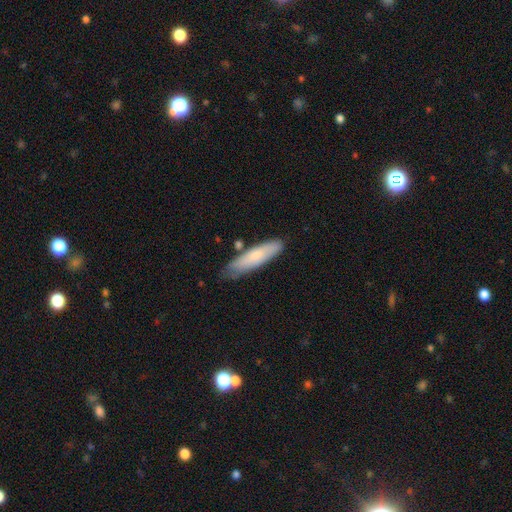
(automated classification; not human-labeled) A smooth galaxy with no disk features (72%) that is cigar-shaped (71%).

Vote fractions:
- Smooth or featured? smooth: 72% / featured or disk: 22% / star or artifact: 6%
- How rounded? cigar-shaped: 71% / in between: 27% / round: 2%
- Merging? none: 71% / minor disturbance: 20% / merger: 5% / major disturbance: 4%